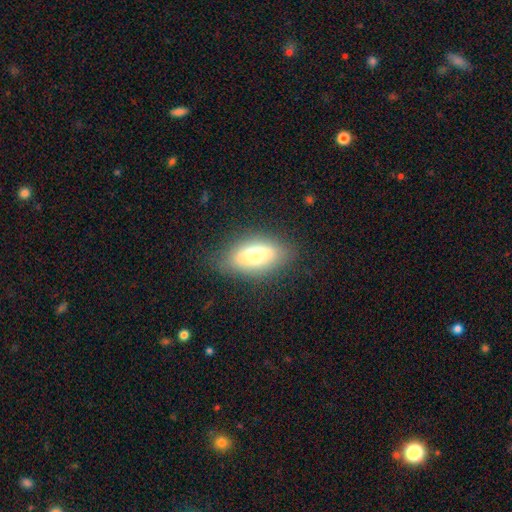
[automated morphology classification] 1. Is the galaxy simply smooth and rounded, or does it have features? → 57% smooth, 33% featured or disk, 10% star or artifact.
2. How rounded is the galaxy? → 79% in between, 12% cigar-shaped, 8% round.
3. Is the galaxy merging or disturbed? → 79% none, 14% minor disturbance, 6% major disturbance, 1% merger.